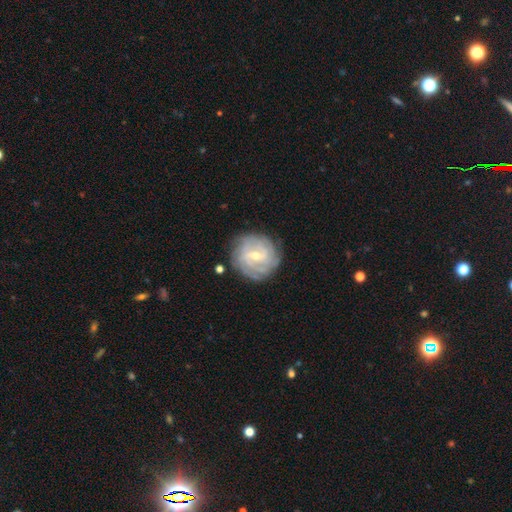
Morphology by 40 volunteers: A featured or disk galaxy (95%) with a weak bar (59%), 4 (30%) tight (70%) spiral arms (100%) and a small central bulge (59%).

Vote fractions:
- Smooth or featured? featured or disk: 95% / smooth: 2% / star or artifact: 2%
- Edge-on disk? no: 97% / yes: 3%
- Bar? weak: 59% / no: 30% / strong: 11%
- Spiral arms? yes: 100% / no: 0%
- Spiral winding? tight: 70% / medium: 24% / loose: 5%
- Spiral arm count? 4: 30% / can't tell: 27% / 3: 22% / more than 4: 16% / 2: 5% / 1: 0%
- Bulge size? small: 59% / moderate: 41% / dominant: 0% / large: 0% / none: 0%
- Merging? none: 82% / minor disturbance: 13% / major disturbance: 5% / merger: 0%